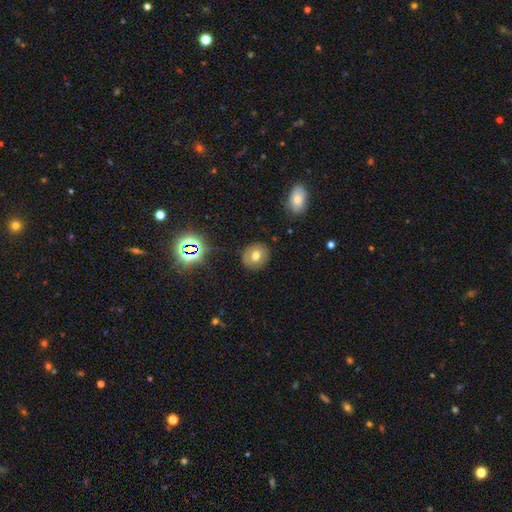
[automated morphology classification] type=smooth (68%); roundness=round (77%); merging=none (86%).